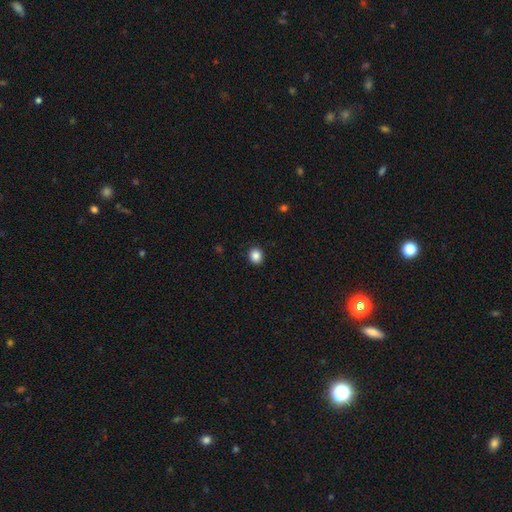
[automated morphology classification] A smooth galaxy with no disk features (86%) that is round (75%).

Vote fractions:
- Smooth or featured? smooth: 86% / star or artifact: 10% / featured or disk: 4%
- How rounded? round: 75% / in between: 25% / cigar-shaped: 1%
- Merging? none: 91% / minor disturbance: 6% / major disturbance: 2% / merger: 1%